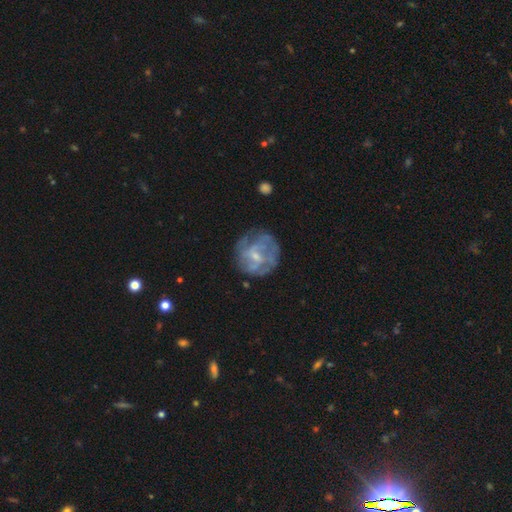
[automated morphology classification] This is likely a featured or disk galaxy (67%). It is clearly not viewed edge-on (98%). Bar: possibly no (47%). Spiral arm pattern: possibly yes (55%). Central bulge: possibly small (58%). Merging: possibly none (60%).